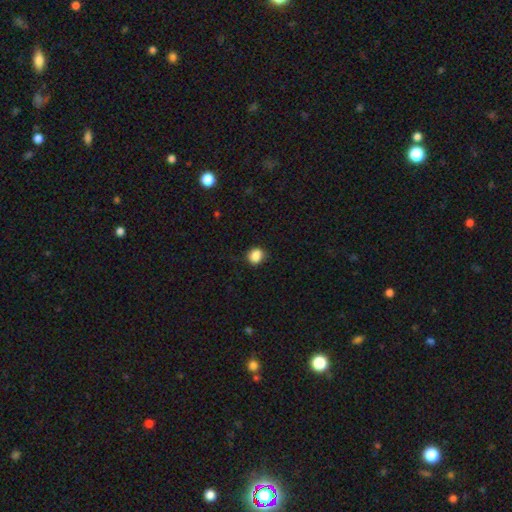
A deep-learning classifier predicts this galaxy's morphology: smooth_or_featured: smooth (p=0.86) [alt: star or artifact p=0.10]
how_rounded: round (p=0.73) [alt: in between p=0.26]
merging: none (p=0.79) [alt: minor disturbance p=0.16]